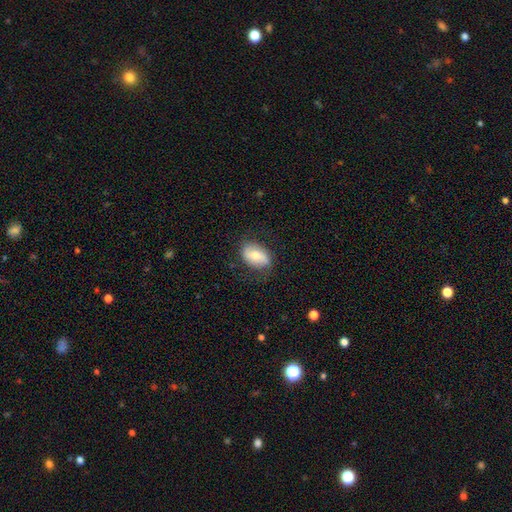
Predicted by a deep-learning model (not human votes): Overall: smooth (63%; featured or disk 30%). How rounded: in between (87%). Merging: none (74%).